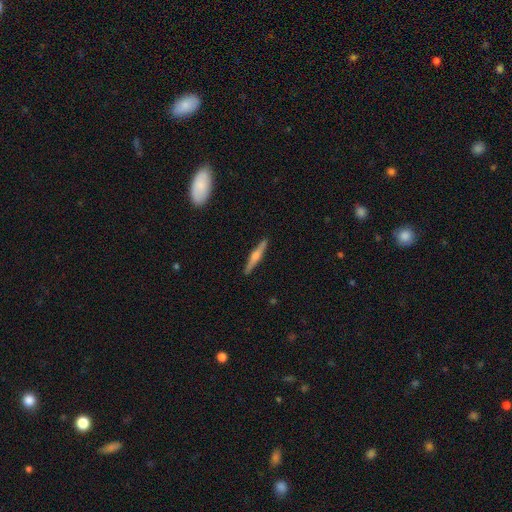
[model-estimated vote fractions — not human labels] Overall: featured or disk (53%; smooth 42%). Edge-on disk: yes (97%). Edge-on bulge: rounded (77%). Merging: none (91%).